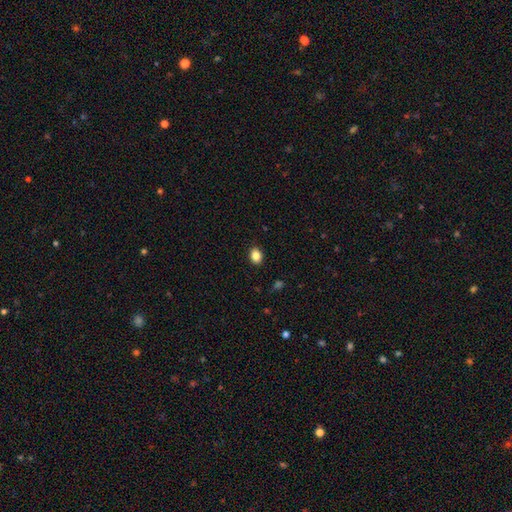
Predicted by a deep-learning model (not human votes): Smooth or featured? smooth (85%)
How rounded? in between (60%)
Merging? none (90%)